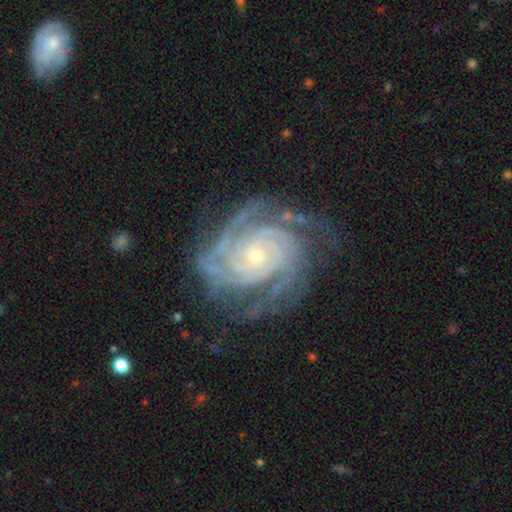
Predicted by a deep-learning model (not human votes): smooth_or_featured: featured or disk (p=0.92) [alt: star or artifact p=0.05]
disk_edge_on: no (p=0.98) [alt: yes p=0.02]
bar: no (p=0.74) [alt: weak p=0.18]
has_spiral_arms: yes (p=0.99) [alt: no p=0.01]
spiral_winding: tight (p=0.77) [alt: medium p=0.21]
spiral_arm_count: 3 (p=0.29) [alt: 4 p=0.25]
bulge_size: small (p=0.75) [alt: moderate p=0.22]
merging: none (p=0.73) [alt: minor disturbance p=0.17]